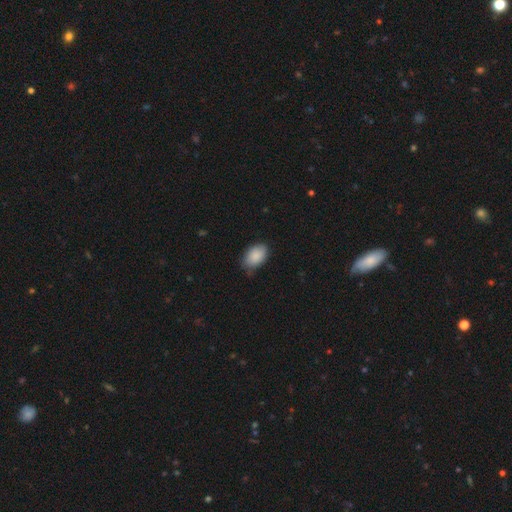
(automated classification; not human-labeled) Q: Smooth or featured?
A: smooth (89%); runner-up: star or artifact (6%)
Q: How rounded?
A: in between (91%); runner-up: round (8%)
Q: Merging?
A: none (69%); runner-up: minor disturbance (26%)